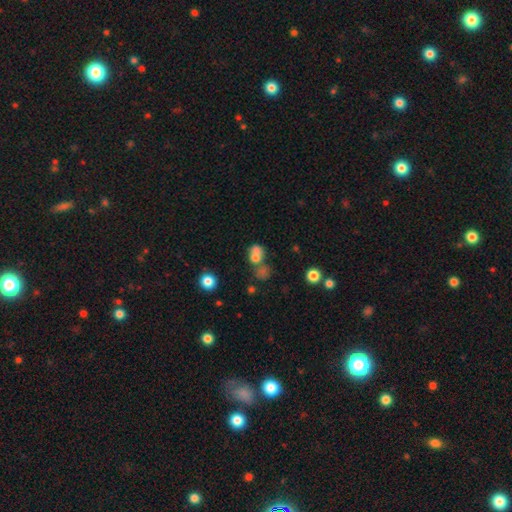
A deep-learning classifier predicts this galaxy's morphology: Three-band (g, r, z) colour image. It shows a smooth galaxy with no disk features (67%) that is round (60%). Merging: merger (59%).